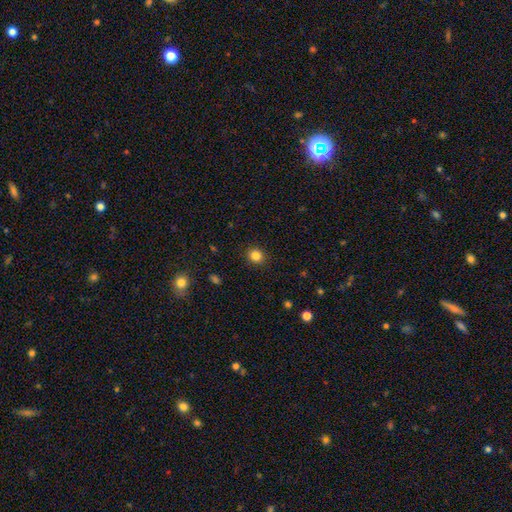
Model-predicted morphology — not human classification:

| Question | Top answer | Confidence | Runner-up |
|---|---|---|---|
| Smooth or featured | smooth | 84% | star or artifact (12%) |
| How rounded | round | 83% | in between (16%) |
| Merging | none | 91% | minor disturbance (6%) |